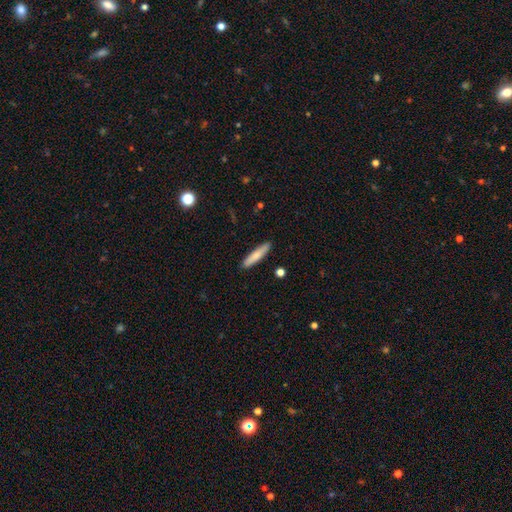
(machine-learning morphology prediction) smooth-or-featured: smooth: 78% | featured or disk: 17% | star or artifact: 6%
  how-rounded: cigar-shaped: 87% | in between: 12% | round: 1%
  merging: none: 89% | minor disturbance: 8% | major disturbance: 2% | merger: 1%